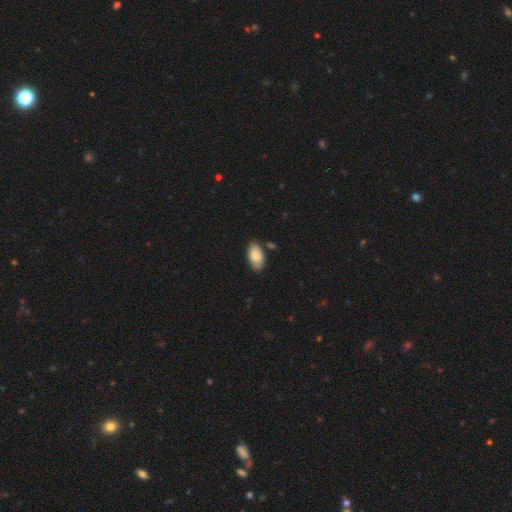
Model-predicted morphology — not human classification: A smooth galaxy with no disk features (82%) that is in between round and cigar-shaped (95%).

Vote fractions:
- Smooth or featured? smooth: 82% / featured or disk: 12% / star or artifact: 6%
- How rounded? in between: 95% / round: 3% / cigar-shaped: 2%
- Merging? none: 80% / minor disturbance: 14% / merger: 4% / major disturbance: 2%